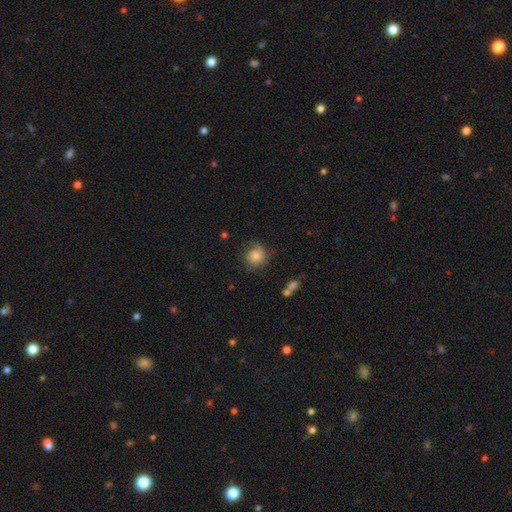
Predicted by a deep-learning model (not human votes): Smooth or featured? smooth (73%)
How rounded? round (84%)
Merging? none (66%)